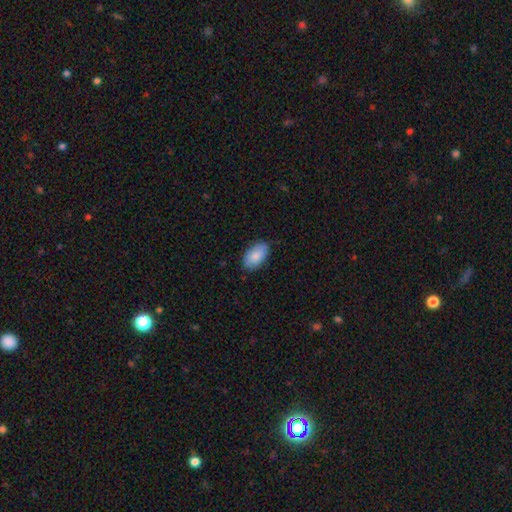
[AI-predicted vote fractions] smooth_or_featured: smooth (p=0.86) [alt: featured or disk p=0.08]
how_rounded: in between (p=0.94) [alt: round p=0.04]
merging: none (p=0.82) [alt: minor disturbance p=0.15]